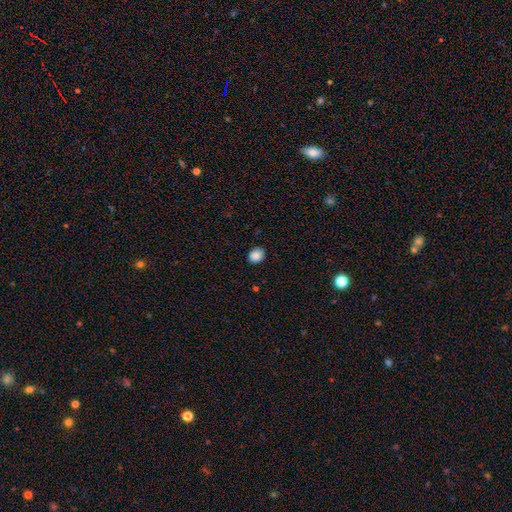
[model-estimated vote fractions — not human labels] A smooth galaxy with no disk features (87%) that is round (71%). Merging: none (88%).